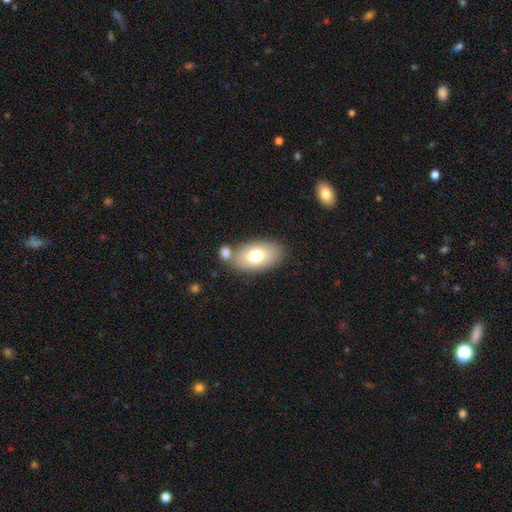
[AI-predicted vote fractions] smooth 73%, featured or disk 19%, star or artifact 8%. Down the decision tree: how rounded — in between (92%); merging — none (67%).